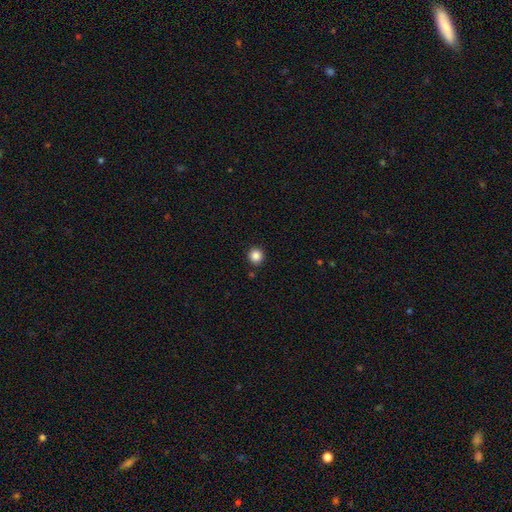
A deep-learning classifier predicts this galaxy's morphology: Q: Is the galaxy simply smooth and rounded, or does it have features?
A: smooth — 86%.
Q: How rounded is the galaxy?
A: round — 94%.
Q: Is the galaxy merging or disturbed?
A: none — 91%.